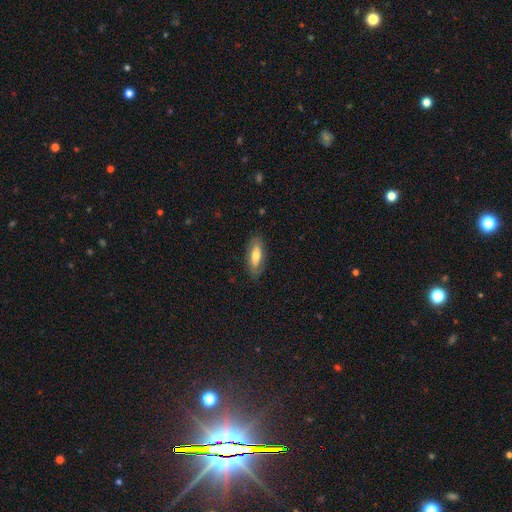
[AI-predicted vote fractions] Morphology: type=smooth (60%); roundness=in between (73%); merging=none (82%).